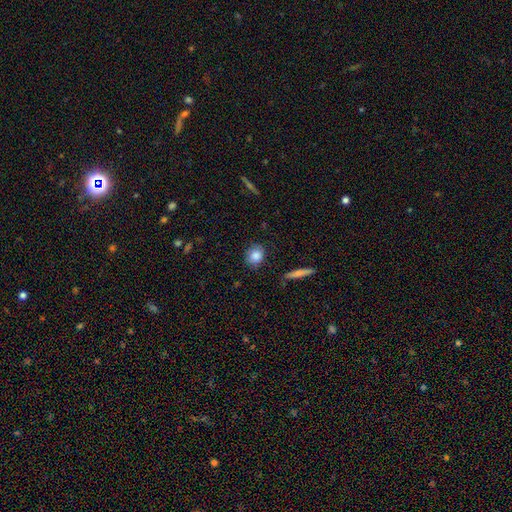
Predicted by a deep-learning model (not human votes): Smooth or featured? smooth (85%)
How rounded? round (71%)
Merging? none (83%)